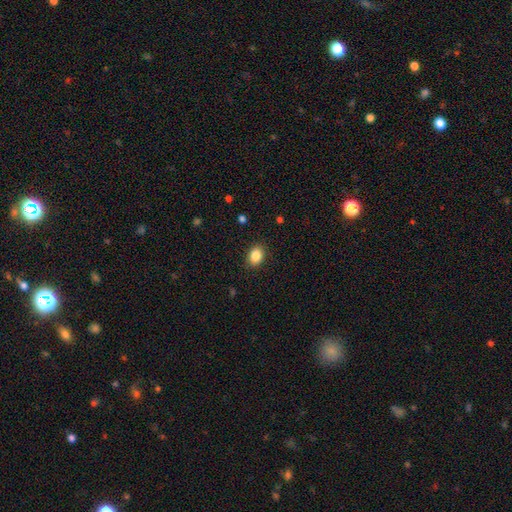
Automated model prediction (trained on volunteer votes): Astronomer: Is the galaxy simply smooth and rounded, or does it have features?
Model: smooth — 86%.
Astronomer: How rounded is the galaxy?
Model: in between — 59% (runner-up: round, 40%).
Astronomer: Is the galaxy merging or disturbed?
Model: none — 89%.